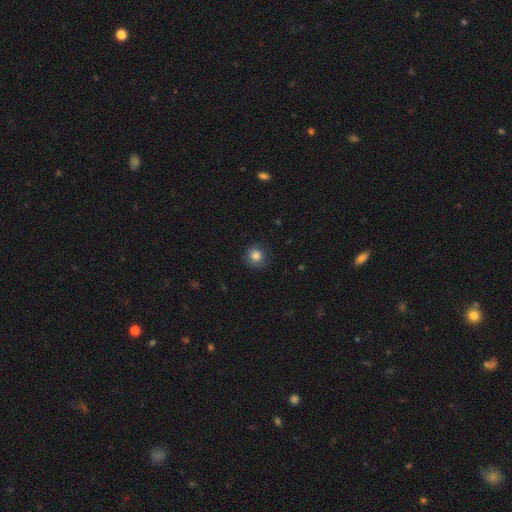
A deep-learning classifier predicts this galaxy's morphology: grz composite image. It shows a smooth galaxy with no disk features (84%) that is round (88%). Merging: none (83%).